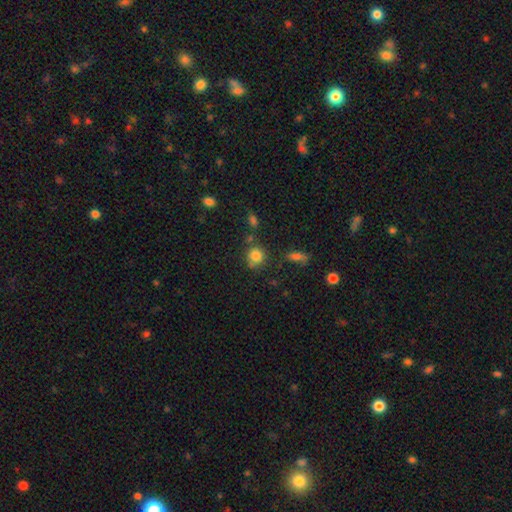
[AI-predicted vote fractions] smooth-or-featured: smooth: 81% | star or artifact: 11% | featured or disk: 8%
  how-rounded: round: 85% | in between: 14% | cigar-shaped: 1%
  merging: none: 68% | minor disturbance: 16% | merger: 11% | major disturbance: 5%